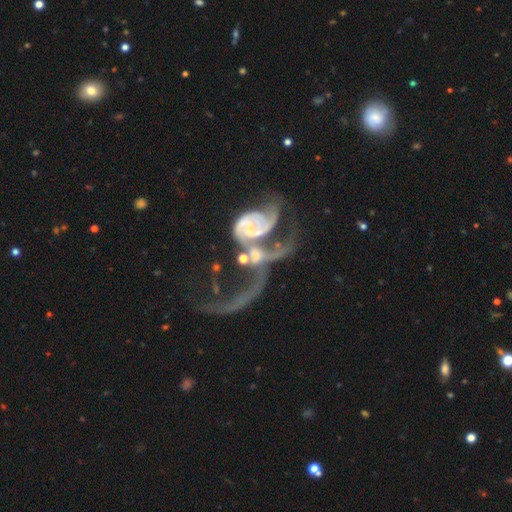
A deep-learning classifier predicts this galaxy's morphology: Overall: featured or disk (81%). Edge-on disk: no (96%). Bar: no (54%; weak 32%). Spiral arms: yes (87%). Spiral arm count: 2 (53%; can't tell 18%). Spiral winding: loose (57%; medium 27%). Bulge size: moderate (40%, tied with small). Merging: merger (66%).